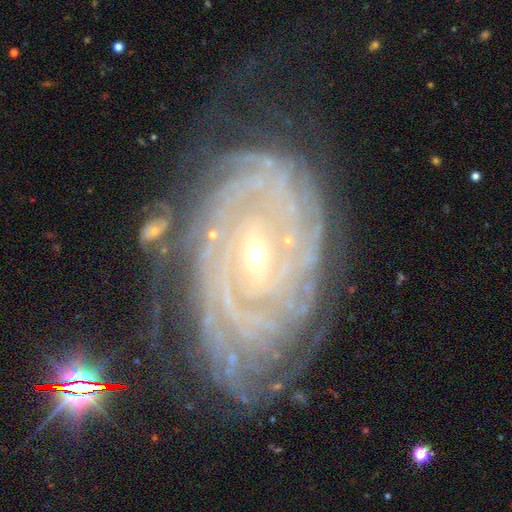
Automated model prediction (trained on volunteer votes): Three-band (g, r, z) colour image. It shows a featured or disk galaxy (89%) with no bar (44%), tight (85%) spiral arms (98%) and a small central bulge (63%). Merging: none (69%).